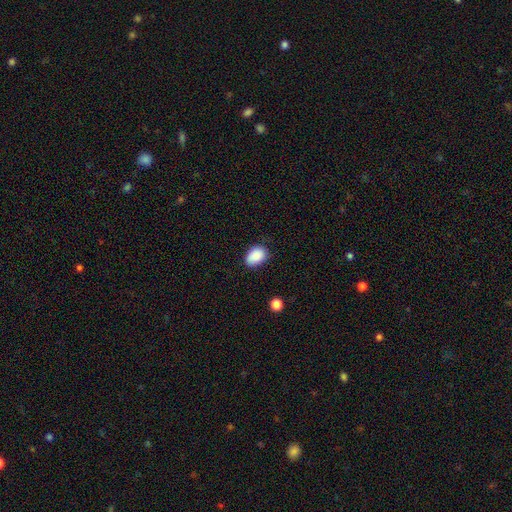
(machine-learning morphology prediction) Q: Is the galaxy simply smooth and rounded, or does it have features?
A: smooth — 89%.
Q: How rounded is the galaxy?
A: in between — 80%.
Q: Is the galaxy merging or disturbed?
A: none — 74%.